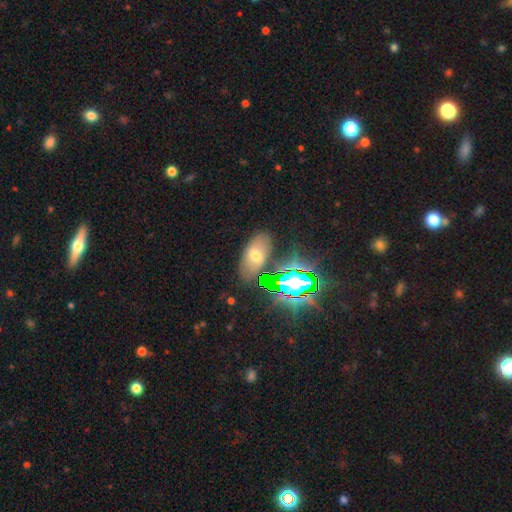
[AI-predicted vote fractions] Overall: smooth (52%; featured or disk 25%). How rounded: in between (91%). Merging: none (76%).